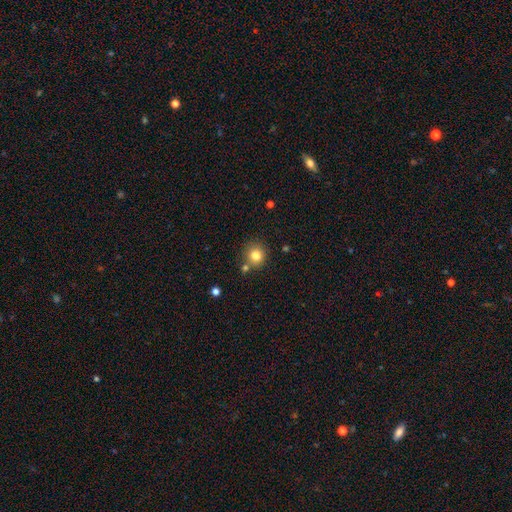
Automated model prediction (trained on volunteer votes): Smooth or featured? smooth (81%)
How rounded? round (89%)
Merging? none (74%)